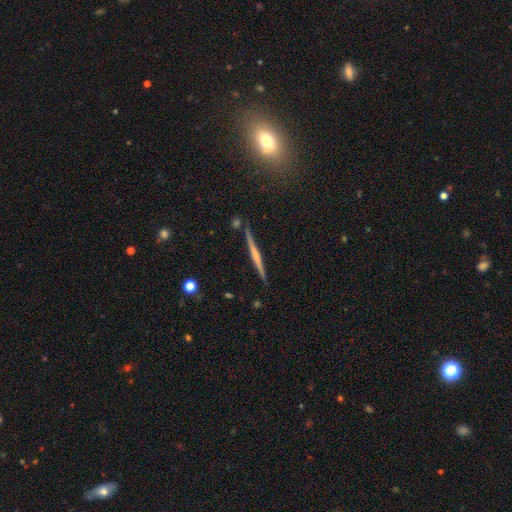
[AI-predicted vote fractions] The model was most divided on "edge-on bulge": none: 48%, rounded: 38%, boxy: 14%. More confident: edge-on disk — yes (98%); merging — none (87%); smooth or featured — featured or disk (65%).